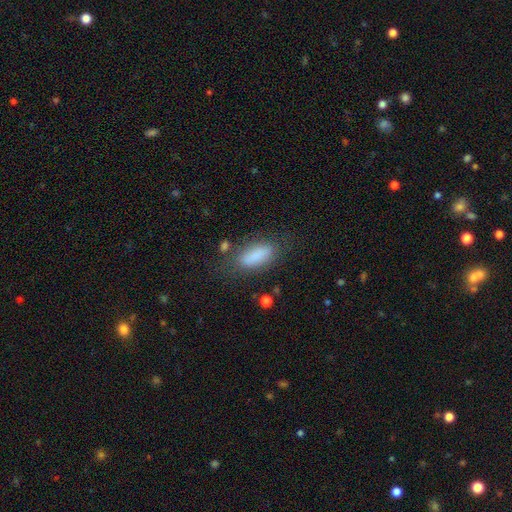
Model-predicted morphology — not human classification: The model was most divided on "merging": none: 69%, minor disturbance: 18%, major disturbance: 9%, merger: 4%. More confident: smooth or featured — smooth (83%); how rounded — in between (77%).